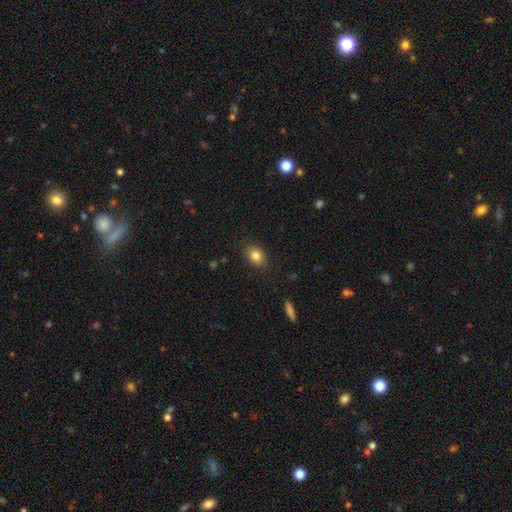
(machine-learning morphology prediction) This is clearly a smooth galaxy (83%). How rounded: likely in between (70%). Merging: clearly none (85%).